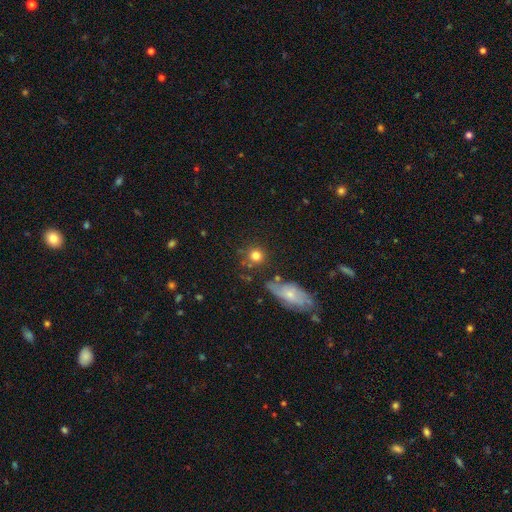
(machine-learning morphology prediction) smooth_or_featured: smooth (p=0.78) [alt: star or artifact p=0.11]
how_rounded: round (p=0.89) [alt: in between p=0.09]
merging: none (p=0.75) [alt: minor disturbance p=0.11]